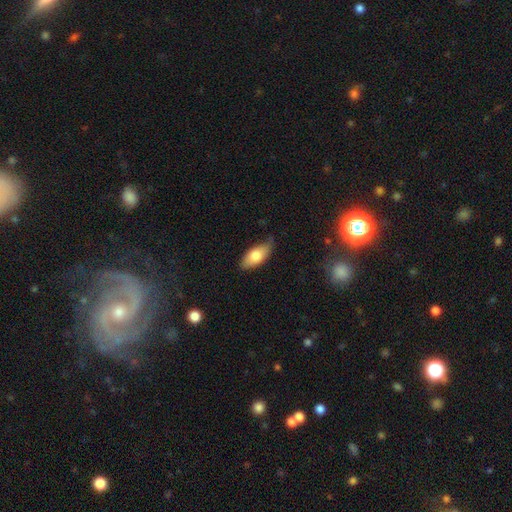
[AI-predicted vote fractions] Smooth or featured: smooth — 76% (featured or disk — 17%)
How rounded: in between — 87% (cigar-shaped — 10%)
Merging: none — 69% (minor disturbance — 26%)